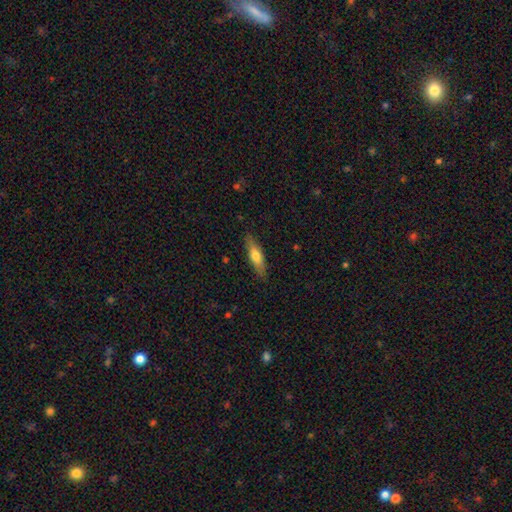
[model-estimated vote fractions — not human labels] Smooth or featured: smooth — 61% (featured or disk — 33%)
How rounded: cigar-shaped — 62% (in between — 36%)
Merging: none — 86% (minor disturbance — 10%)